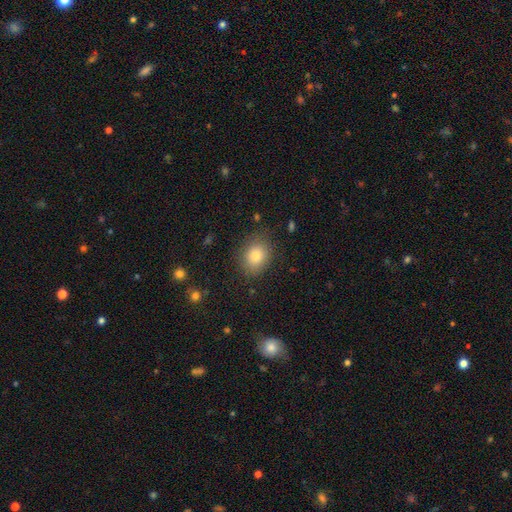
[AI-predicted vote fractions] A smooth galaxy with no disk features (81%) that is round (54%).

Vote fractions:
- Smooth or featured? smooth: 81% / star or artifact: 10% / featured or disk: 9%
- How rounded? round: 54% / in between: 45% / cigar-shaped: 1%
- Merging? none: 84% / minor disturbance: 12% / major disturbance: 4% / merger: 1%